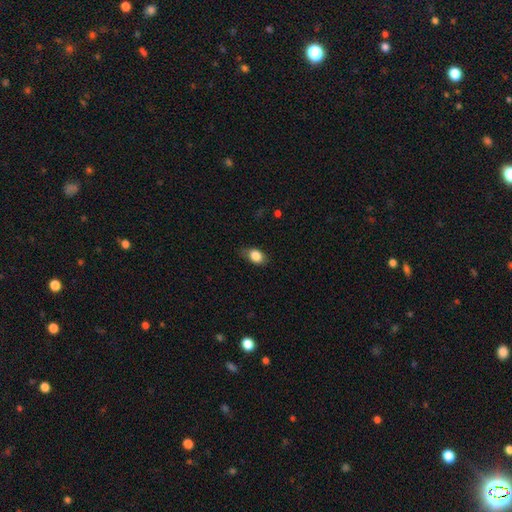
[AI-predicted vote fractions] Smooth or featured?
  - smooth: 85% *
  - star or artifact: 8%
  - featured or disk: 7%
How rounded?
  - in between: 80% *
  - round: 18%
  - cigar-shaped: 2%
Merging?
  - none: 72% *
  - minor disturbance: 22%
  - major disturbance: 5%
  - merger: 1%